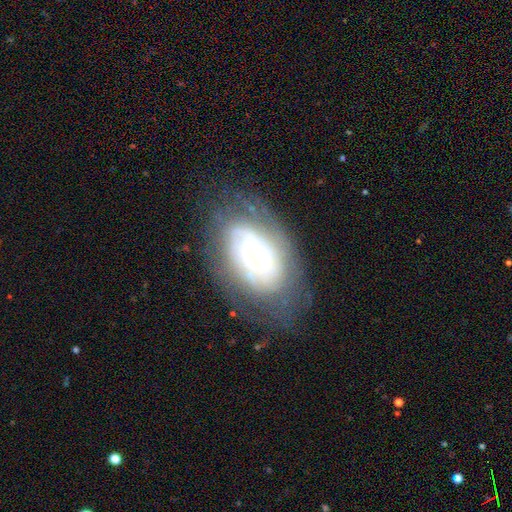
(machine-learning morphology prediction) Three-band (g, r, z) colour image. It shows a featured or disk galaxy (65%) with no bar (80%), spiral arms (70%) and a small central bulge (60%). Merging: none (62%).